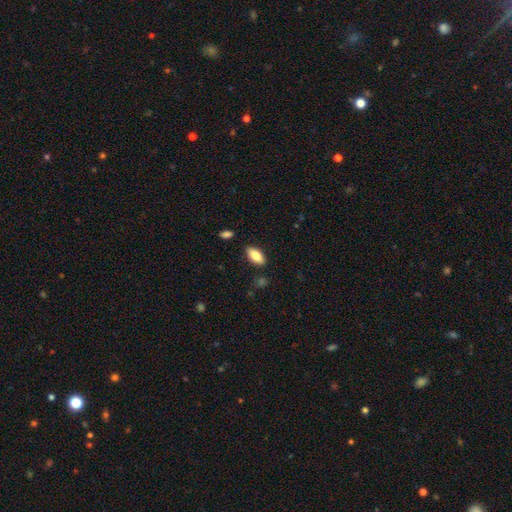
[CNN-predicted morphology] A smooth galaxy with no disk features (81%) that is in between round and cigar-shaped (89%).

Vote fractions:
- Smooth or featured? smooth: 81% / featured or disk: 12% / star or artifact: 7%
- How rounded? in between: 89% / cigar-shaped: 8% / round: 3%
- Merging? none: 86% / minor disturbance: 10% / major disturbance: 2% / merger: 2%